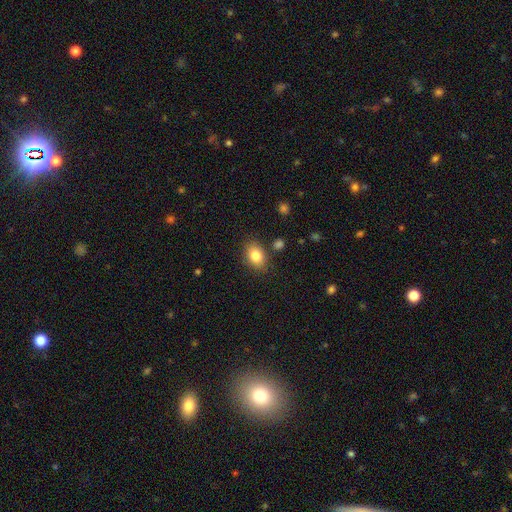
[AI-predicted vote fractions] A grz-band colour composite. It shows a smooth galaxy with no disk features (83%) that is in between round and cigar-shaped (74%). Merging: none (83%).